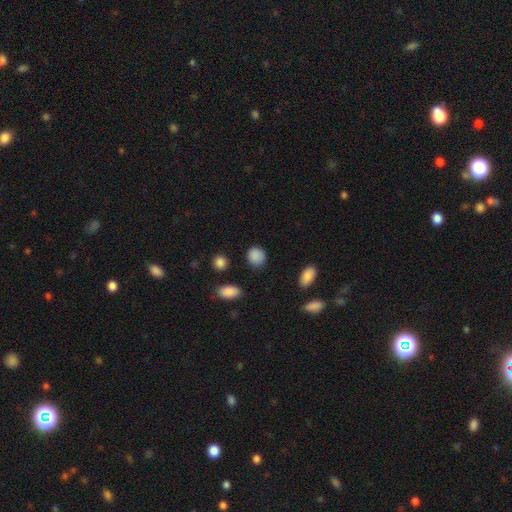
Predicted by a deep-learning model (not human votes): Overall: smooth (88%). How rounded: round (73%). Merging: none (82%).